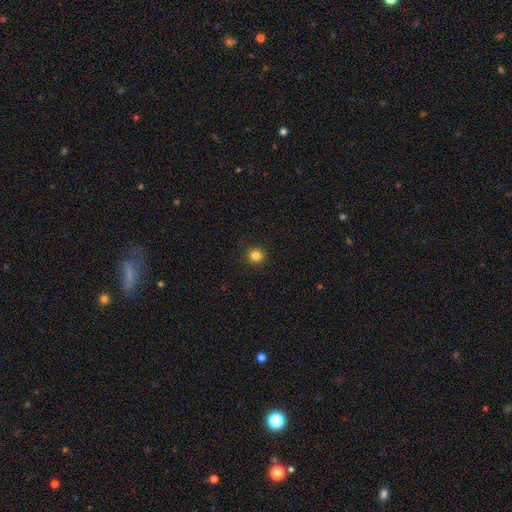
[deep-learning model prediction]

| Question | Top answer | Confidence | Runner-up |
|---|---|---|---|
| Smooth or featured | smooth | 84% | star or artifact (12%) |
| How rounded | round | 93% | in between (6%) |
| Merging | none | 92% | minor disturbance (5%) |